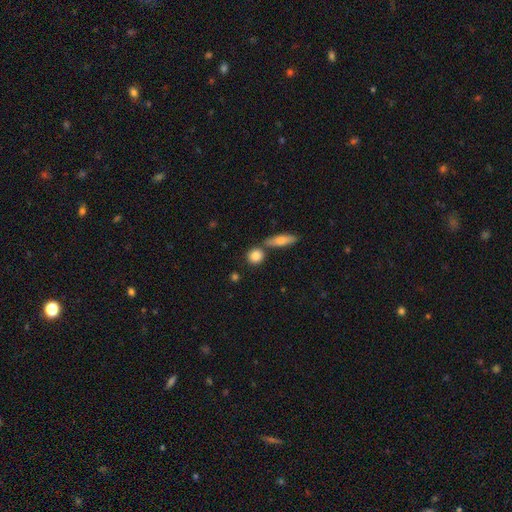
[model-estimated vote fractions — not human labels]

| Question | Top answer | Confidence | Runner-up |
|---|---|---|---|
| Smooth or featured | smooth | 84% | featured or disk (9%) |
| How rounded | round | 77% | in between (17%) |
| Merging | none | 71% | merger (17%) |